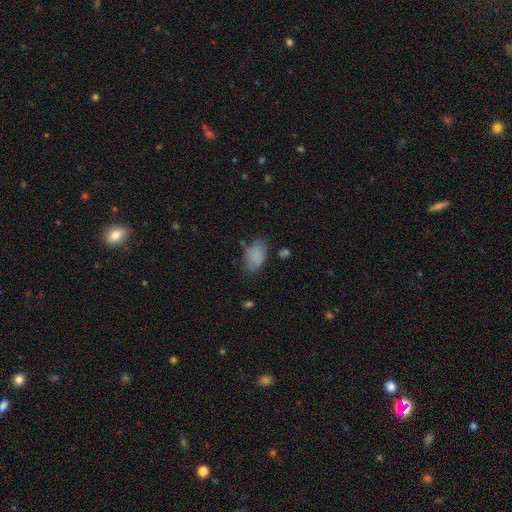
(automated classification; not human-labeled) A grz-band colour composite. It shows a smooth galaxy with no disk features (85%) that is in between round and cigar-shaped (91%). Merging: none (67%).